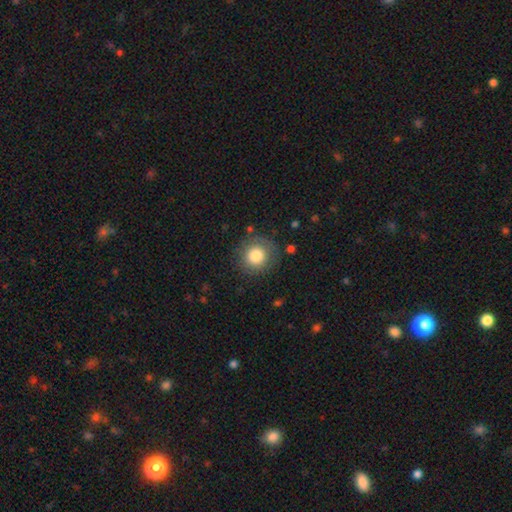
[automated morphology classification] A smooth galaxy with no disk features (81%) that is round (92%). Merging: none (83%).